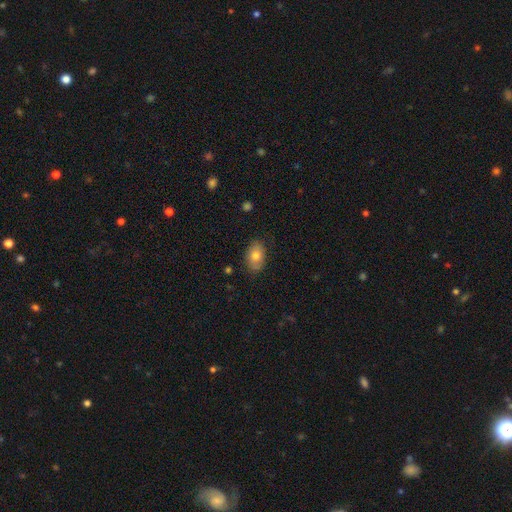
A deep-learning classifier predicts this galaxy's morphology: Smooth or featured?
  - smooth: 76% *
  - featured or disk: 16%
  - star or artifact: 8%
How rounded?
  - in between: 87% *
  - round: 12%
  - cigar-shaped: 1%
Merging?
  - none: 81% *
  - minor disturbance: 15%
  - major disturbance: 3%
  - merger: 1%